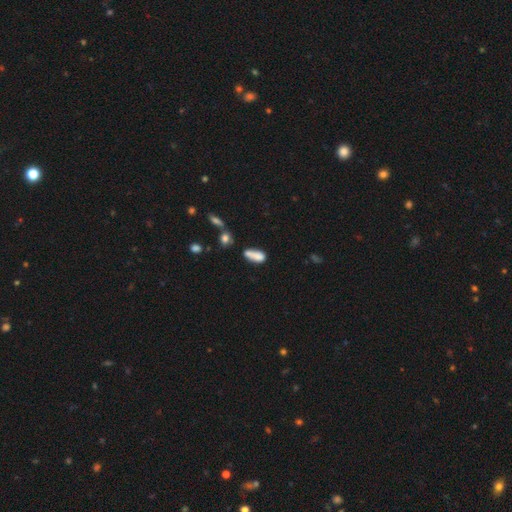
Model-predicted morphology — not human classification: Smooth or featured? Predicted: smooth (p=0.78). How rounded? Predicted: in between (p=0.74). Merging? Predicted: none (p=0.39).